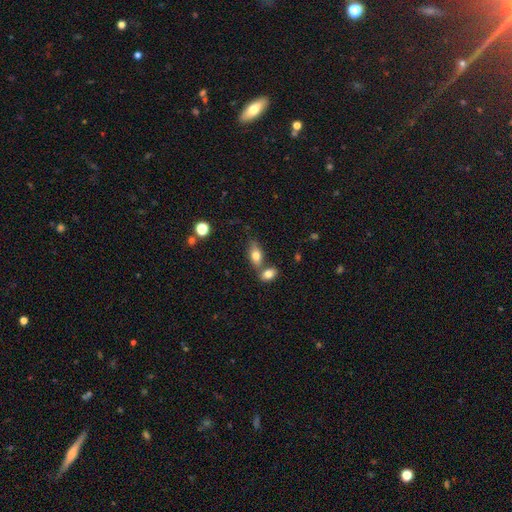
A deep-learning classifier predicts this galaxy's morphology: Smooth or featured: smooth — 71% (featured or disk — 20%)
How rounded: in between — 81% (cigar-shaped — 11%)
Merging: none — 52% (merger — 32%)